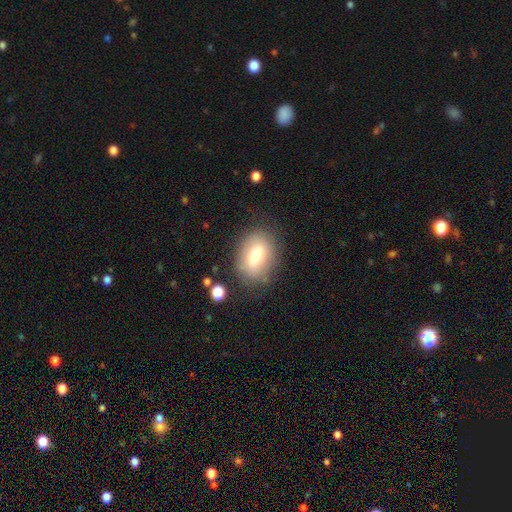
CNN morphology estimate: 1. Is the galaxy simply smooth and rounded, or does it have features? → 71% smooth, 19% featured or disk, 10% star or artifact.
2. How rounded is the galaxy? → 73% in between, 26% round, 1% cigar-shaped.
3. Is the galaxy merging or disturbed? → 78% none, 14% minor disturbance, 5% major disturbance, 2% merger.